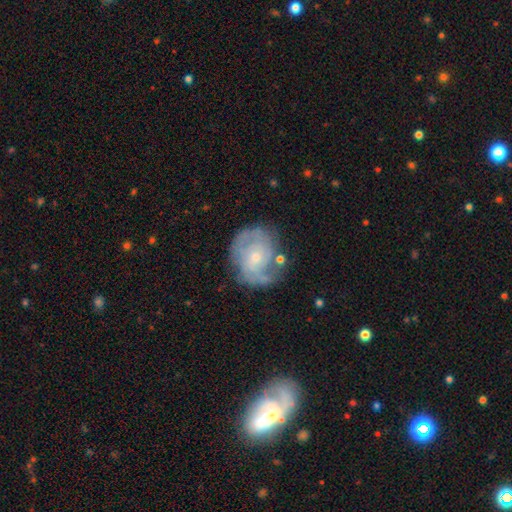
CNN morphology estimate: smooth_or_featured: featured or disk (p=0.78) [alt: smooth p=0.16]
disk_edge_on: no (p=0.98) [alt: yes p=0.02]
bar: no (p=0.69) [alt: weak p=0.27]
has_spiral_arms: yes (p=0.89) [alt: no p=0.11]
spiral_winding: tight (p=0.49) [alt: medium p=0.38]
spiral_arm_count: 2 (p=0.46) [alt: can't tell p=0.28]
bulge_size: small (p=0.65) [alt: moderate p=0.30]
merging: none (p=0.63) [alt: minor disturbance p=0.22]